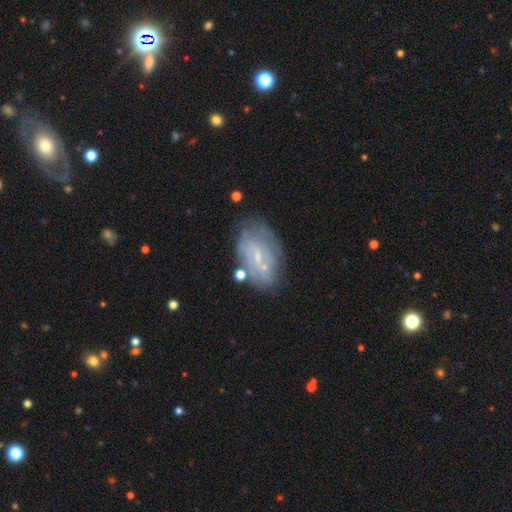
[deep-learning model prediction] A featured or disk galaxy (57%) with no bar (46%), spiral arms (64%) and a small central bulge (77%). Merging: none (69%).